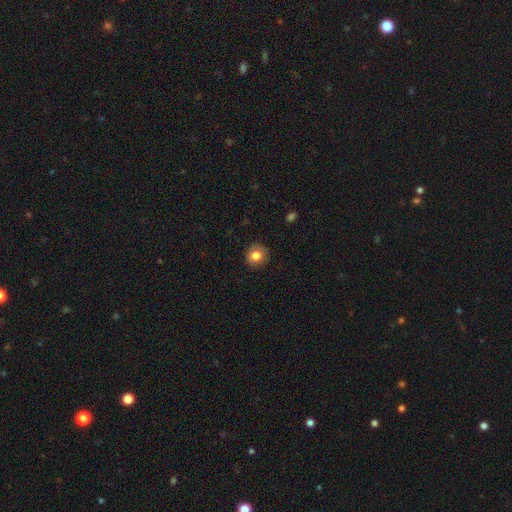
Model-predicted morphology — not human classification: smooth-or-featured: smooth: 81% | featured or disk: 10% | star or artifact: 9%
  how-rounded: round: 88% | in between: 11% | cigar-shaped: 1%
  merging: none: 87% | minor disturbance: 10% | major disturbance: 2% | merger: 1%